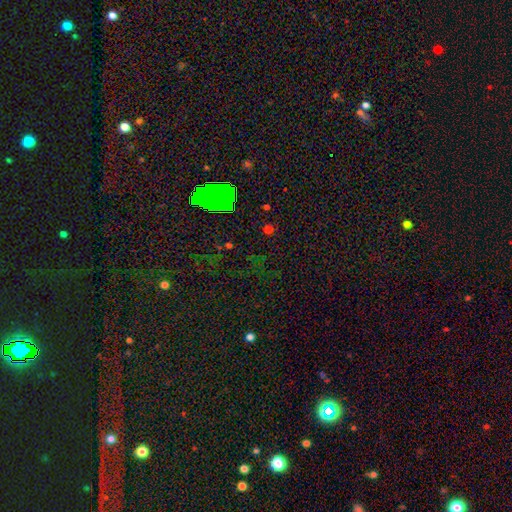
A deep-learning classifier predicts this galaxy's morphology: This is likely a star or artifact rather than a galaxy (78%).